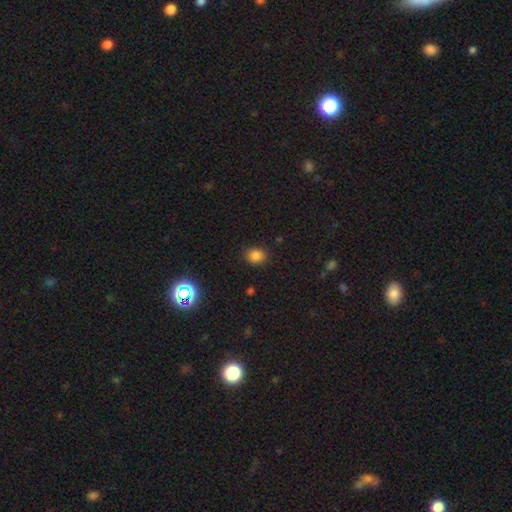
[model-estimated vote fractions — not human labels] Smooth or featured? Predicted: smooth (p=0.82). How rounded? Predicted: round (p=0.59). Merging? Predicted: none (p=0.88).